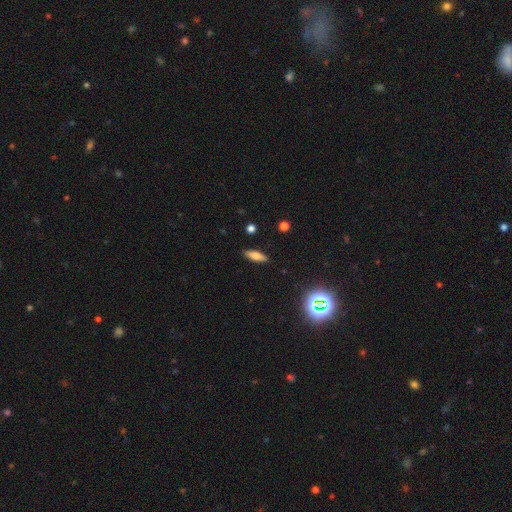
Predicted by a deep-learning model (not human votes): Smooth or featured? smooth (68%)
How rounded? in between (54%)
Merging? none (89%)